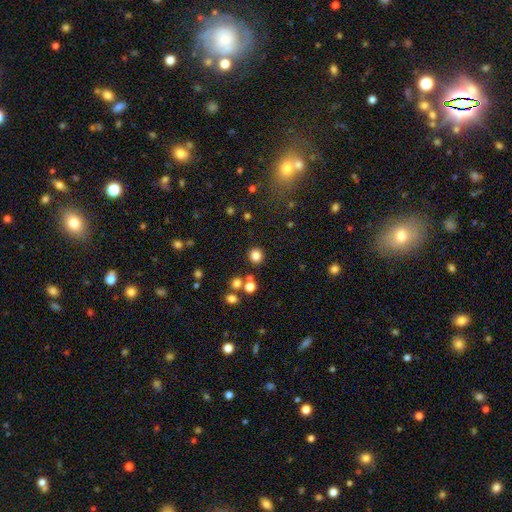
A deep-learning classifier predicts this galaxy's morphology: Smooth or featured? Predicted: smooth (p=0.81). How rounded? Predicted: round (p=0.89). Merging? Predicted: none (p=0.86).